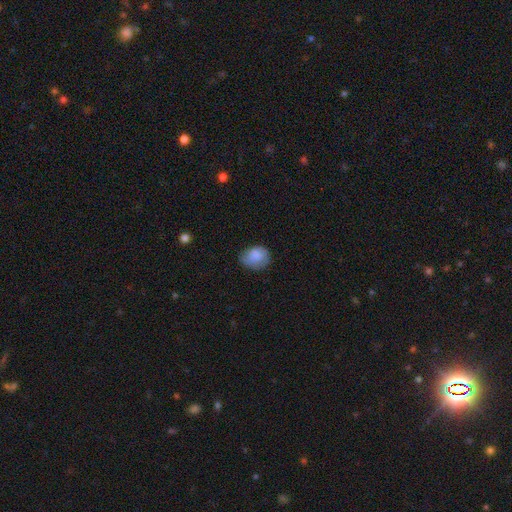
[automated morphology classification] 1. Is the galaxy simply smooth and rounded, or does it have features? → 81% smooth, 11% featured or disk, 8% star or artifact.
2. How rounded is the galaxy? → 51% in between, 48% round, 1% cigar-shaped.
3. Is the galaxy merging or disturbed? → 55% none, 33% minor disturbance, 10% major disturbance, 1% merger.